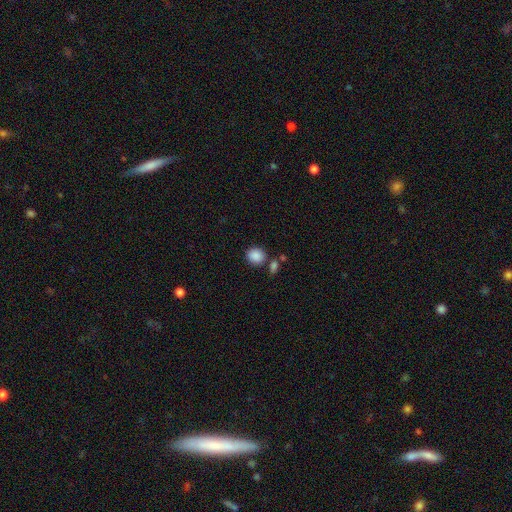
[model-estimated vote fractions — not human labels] Smooth or featured?
  - smooth: 88% *
  - star or artifact: 9%
  - featured or disk: 3%
How rounded?
  - round: 74% *
  - in between: 25%
  - cigar-shaped: 1%
Merging?
  - none: 71% *
  - merger: 13%
  - minor disturbance: 12%
  - major disturbance: 4%